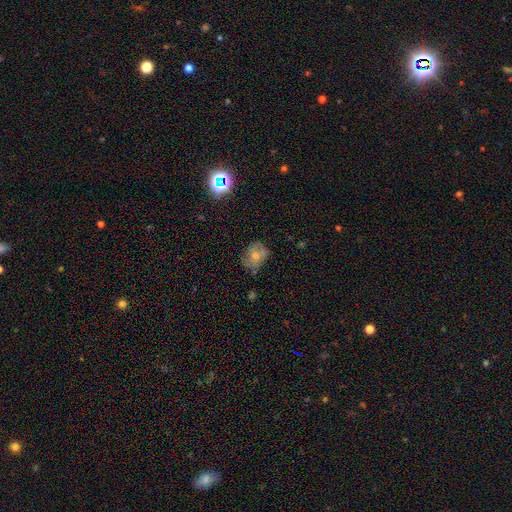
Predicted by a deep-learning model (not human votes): This is possibly a smooth galaxy (46%). Merging: possibly none (59%).